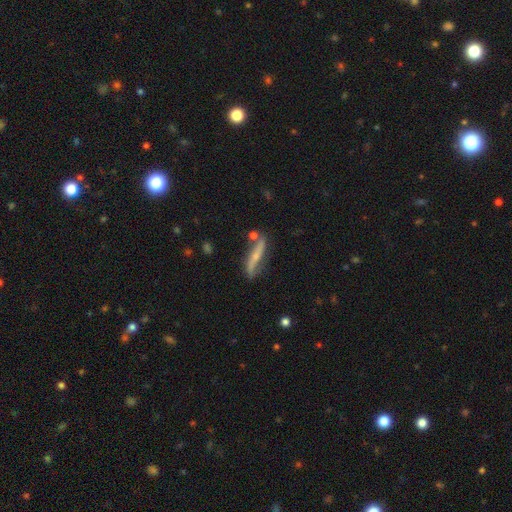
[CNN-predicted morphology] smooth-or-featured: featured or disk: 65% | smooth: 28% | star or artifact: 7%
  disk-edge-on: yes: 58% | no: 42%
  merging: none: 67% | minor disturbance: 21% | merger: 7% | major disturbance: 6%